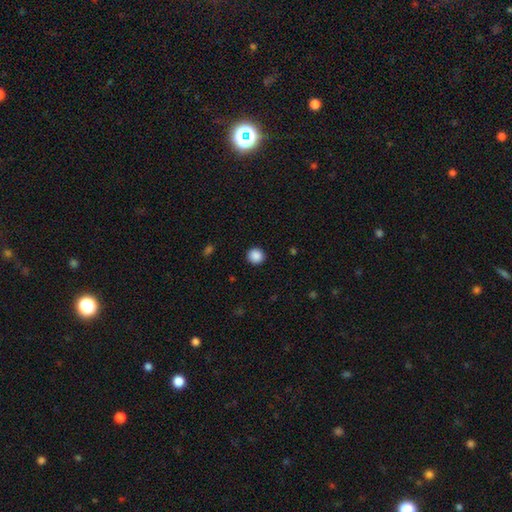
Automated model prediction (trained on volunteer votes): smooth-or-featured: smooth: 88% | star or artifact: 9% | featured or disk: 2%
  how-rounded: round: 92% | in between: 7% | cigar-shaped: 1%
  merging: none: 92% | minor disturbance: 5% | major disturbance: 2% | merger: 1%